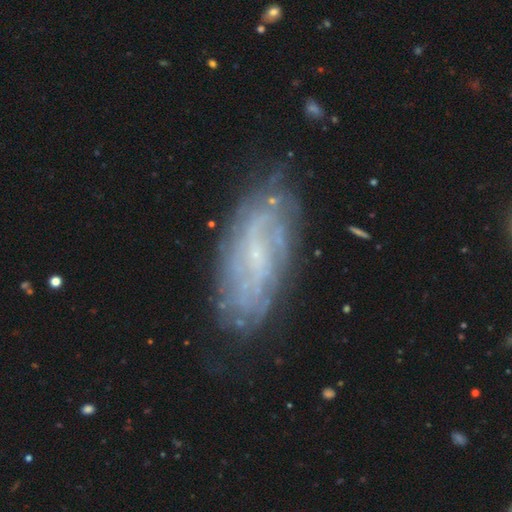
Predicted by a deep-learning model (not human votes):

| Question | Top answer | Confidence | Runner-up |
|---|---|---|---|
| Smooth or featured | featured or disk | 75% | smooth (17%) |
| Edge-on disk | no | 91% | yes (9%) |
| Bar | no | 44% | tied: weak (44%) |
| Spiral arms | yes | 84% | no (16%) |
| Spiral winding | tight | 54% | medium (31%) |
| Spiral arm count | can't tell | 58% | 2 (18%) |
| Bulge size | small | 72% | none (16%) |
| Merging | none | 75% | minor disturbance (17%) |